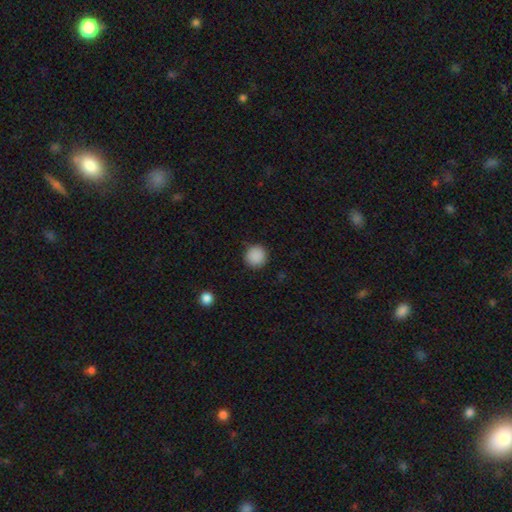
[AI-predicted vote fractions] A smooth galaxy with no disk features (89%) that is round (94%).

Vote fractions:
- Smooth or featured? smooth: 89% / star or artifact: 9% / featured or disk: 2%
- How rounded? round: 94% / in between: 5% / cigar-shaped: 1%
- Merging? none: 90% / minor disturbance: 6% / major disturbance: 2% / merger: 1%